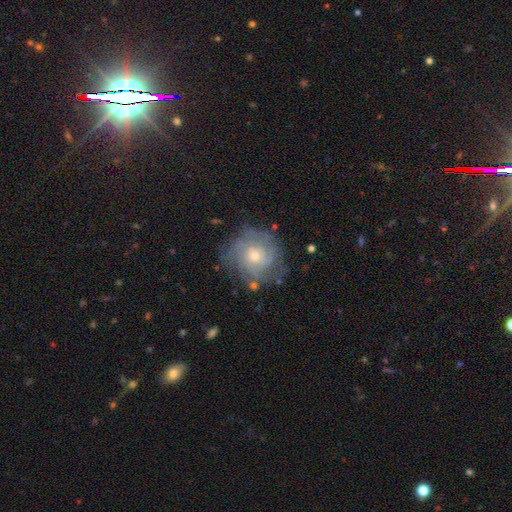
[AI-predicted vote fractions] Smooth or featured? featured or disk (73%)
Edge-on disk? no (97%)
Bar? no (77%)
Spiral arms? yes (89%)
Spiral winding? tight (65%)
Spiral arm count? can't tell (46%)
Bulge size? small (52%)
Merging? none (75%)